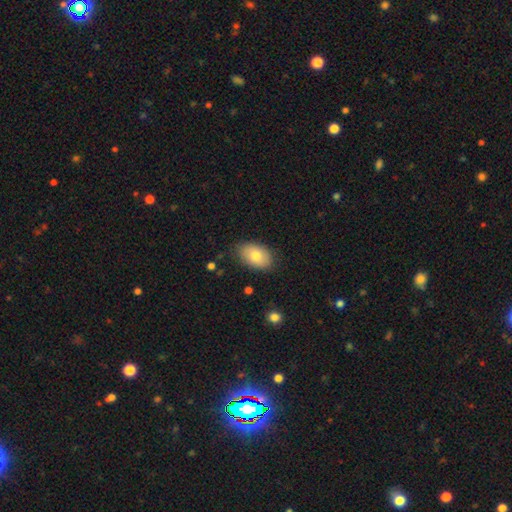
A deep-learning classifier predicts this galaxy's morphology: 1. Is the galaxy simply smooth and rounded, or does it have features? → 79% smooth, 14% featured or disk, 7% star or artifact.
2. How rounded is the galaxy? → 88% in between, 10% round, 1% cigar-shaped.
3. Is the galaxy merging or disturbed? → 81% none, 15% minor disturbance, 3% major disturbance, 1% merger.